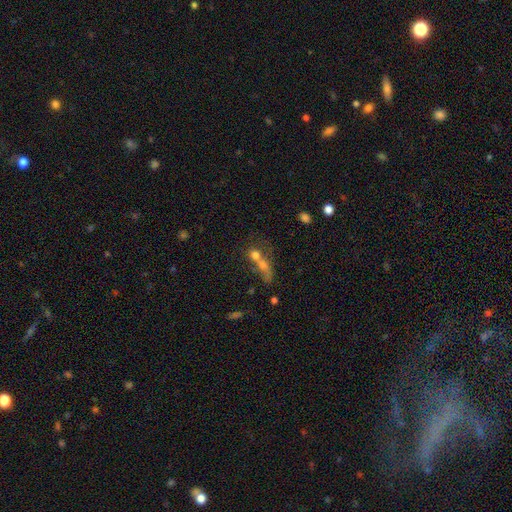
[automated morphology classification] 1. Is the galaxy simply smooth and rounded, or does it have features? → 63% smooth, 23% featured or disk, 14% star or artifact.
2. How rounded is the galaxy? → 50% round, 39% in between, 11% cigar-shaped.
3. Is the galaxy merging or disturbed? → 61% merger, 21% none, 10% major disturbance, 8% minor disturbance.